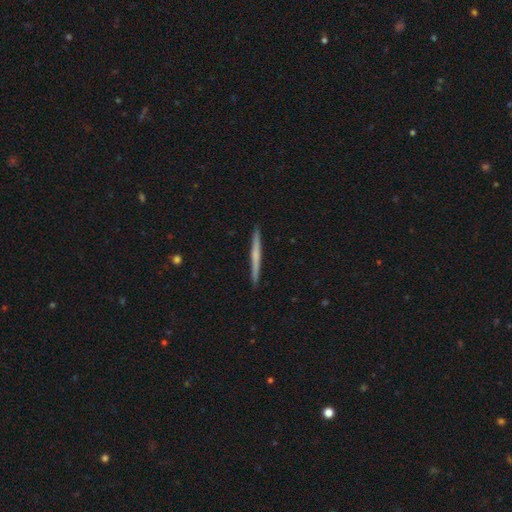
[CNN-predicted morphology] Overall: featured or disk (52%; smooth 43%). Edge-on disk: yes (98%). Edge-on bulge: none (68%). Merging: none (93%).